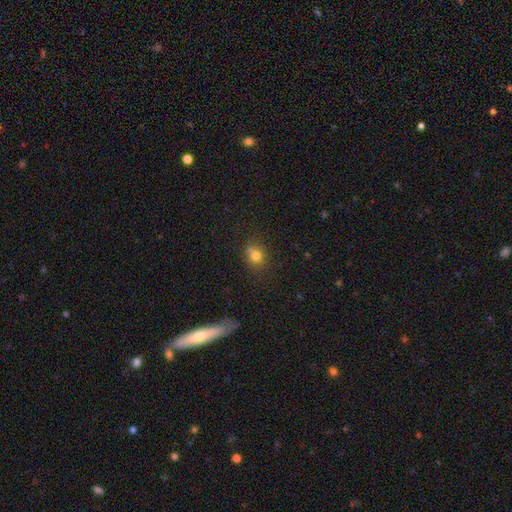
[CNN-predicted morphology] Overall: smooth (74%). How rounded: round (73%). Merging: none (54%; merger 25%).